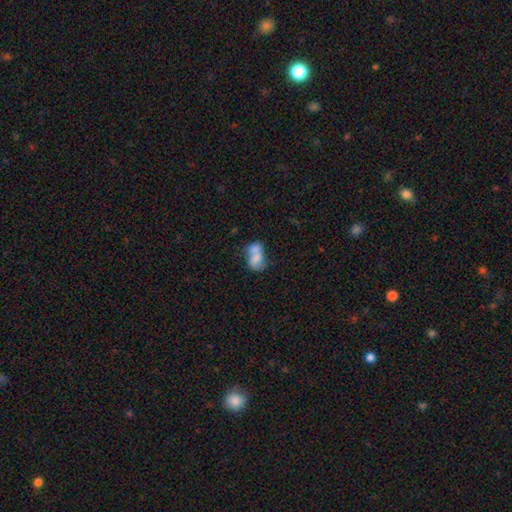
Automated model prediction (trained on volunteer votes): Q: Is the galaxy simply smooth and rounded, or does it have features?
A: smooth — 65%.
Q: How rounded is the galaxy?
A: in between — 77%.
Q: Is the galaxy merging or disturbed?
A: merger — 60%.